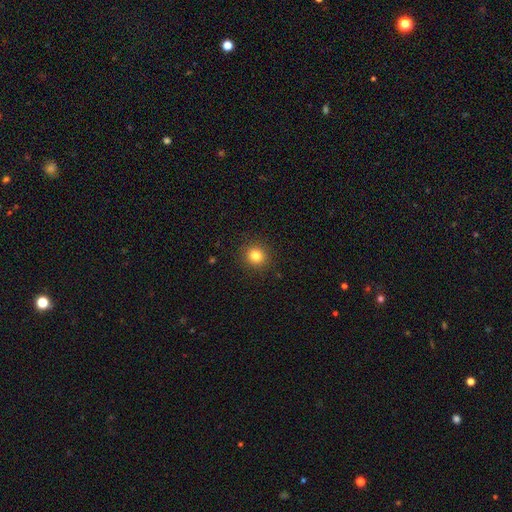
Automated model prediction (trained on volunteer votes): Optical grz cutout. It shows a smooth galaxy with no disk features (82%) that is round (89%). Merging: none (91%).